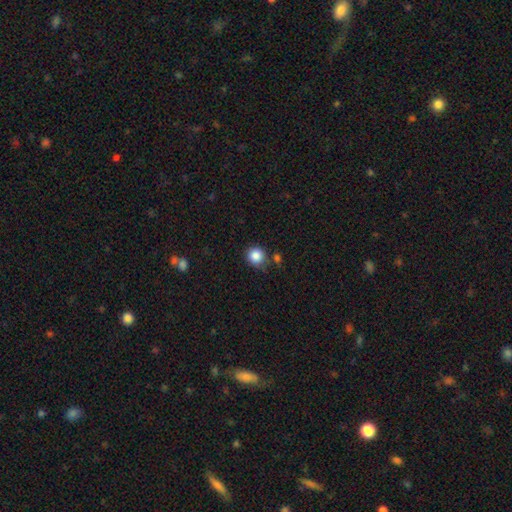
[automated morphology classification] smooth_or_featured: smooth (p=0.86) [alt: star or artifact p=0.10]
how_rounded: round (p=0.92) [alt: in between p=0.07]
merging: none (p=0.76) [alt: minor disturbance p=0.13]